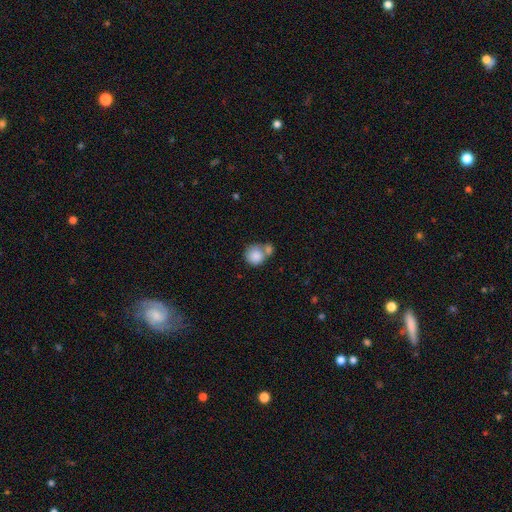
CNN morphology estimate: Smooth or featured? smooth (85%)
How rounded? round (88%)
Merging? merger (47%)